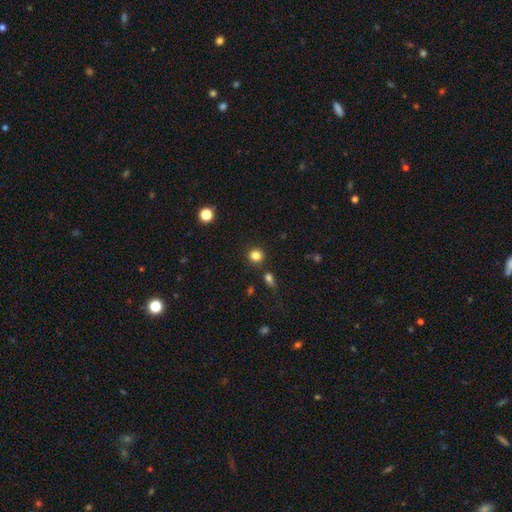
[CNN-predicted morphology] Q: Smooth or featured?
A: smooth (82%); runner-up: star or artifact (12%)
Q: How rounded?
A: round (89%); runner-up: in between (10%)
Q: Merging?
A: none (86%); runner-up: minor disturbance (7%)